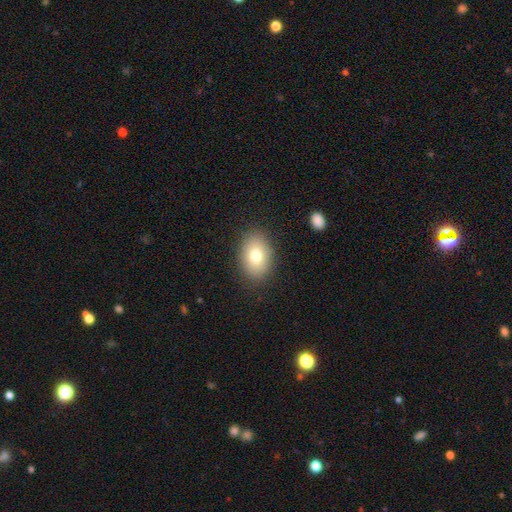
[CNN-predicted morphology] Smooth or featured?
  - smooth: 77% *
  - featured or disk: 13%
  - star or artifact: 9%
How rounded?
  - in between: 82% *
  - round: 17%
  - cigar-shaped: 1%
Merging?
  - none: 87% *
  - minor disturbance: 9%
  - major disturbance: 3%
  - merger: 1%